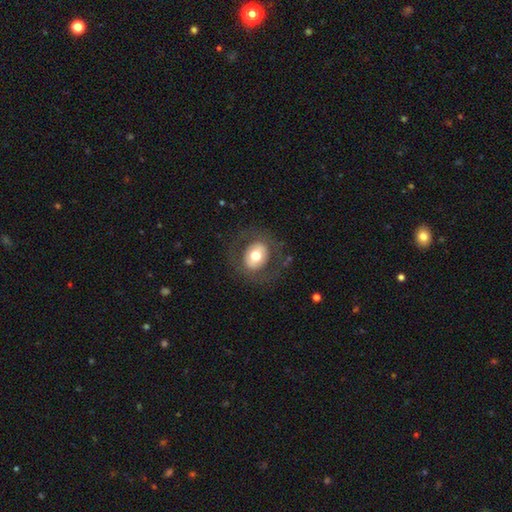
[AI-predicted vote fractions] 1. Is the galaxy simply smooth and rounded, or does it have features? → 56% smooth, 36% featured or disk, 8% star or artifact.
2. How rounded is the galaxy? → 58% round, 41% in between, 1% cigar-shaped.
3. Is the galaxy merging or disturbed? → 76% none, 12% minor disturbance, 11% major disturbance, 1% merger.